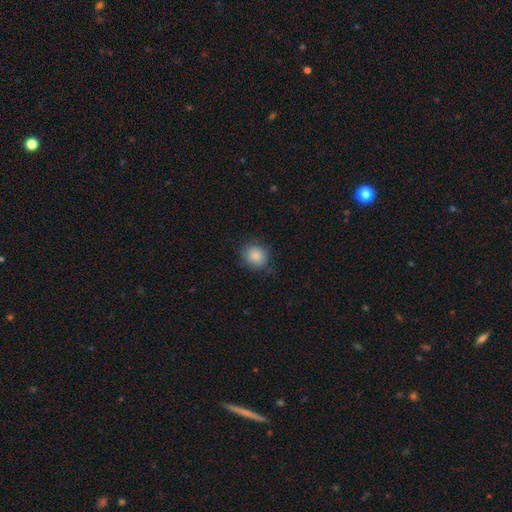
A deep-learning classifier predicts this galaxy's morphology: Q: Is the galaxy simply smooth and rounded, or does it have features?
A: smooth — 87%.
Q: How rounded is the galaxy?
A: round — 83%.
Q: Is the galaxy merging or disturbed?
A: none — 81%.